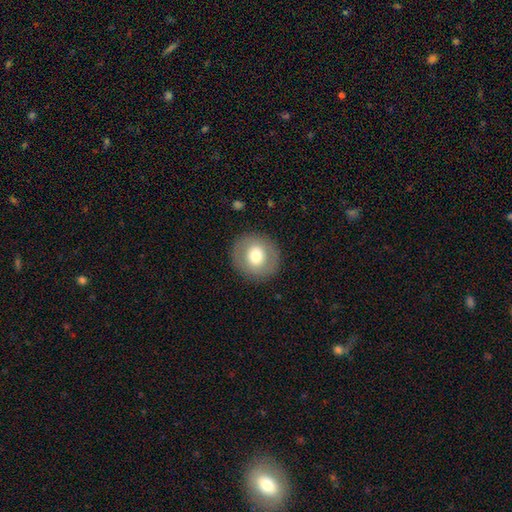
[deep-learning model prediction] Smooth or featured: smooth — 65% (featured or disk — 27%)
How rounded: round — 88% (in between — 11%)
Merging: none — 89% (minor disturbance — 7%)